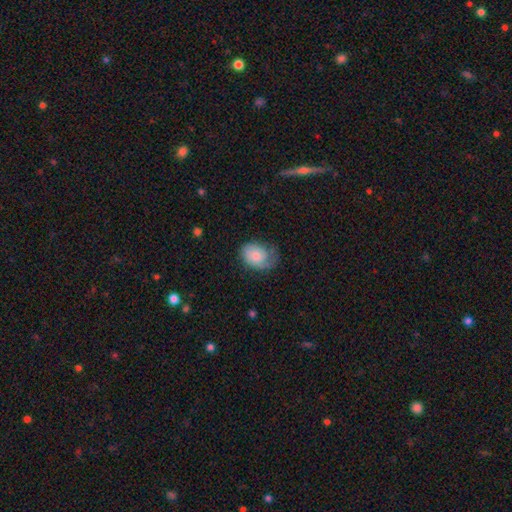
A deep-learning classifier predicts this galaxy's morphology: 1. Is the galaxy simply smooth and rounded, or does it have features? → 63% smooth, 30% featured or disk, 7% star or artifact.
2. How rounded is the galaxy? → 67% in between, 32% round, 1% cigar-shaped.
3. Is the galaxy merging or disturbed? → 46% none, 33% minor disturbance, 20% major disturbance, 1% merger.